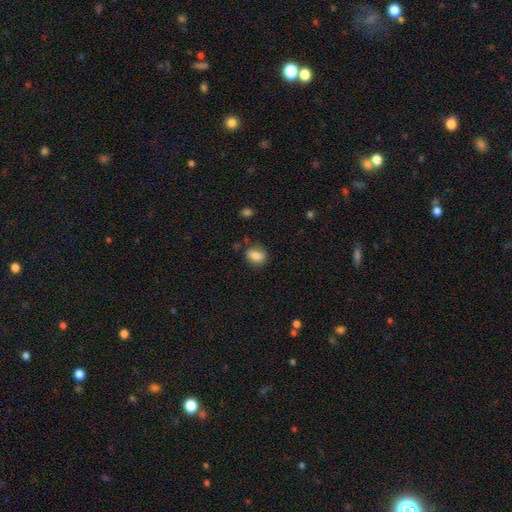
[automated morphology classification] Smooth or featured?
  - smooth: 83% *
  - star or artifact: 9%
  - featured or disk: 8%
How rounded?
  - in between: 69% *
  - round: 29%
  - cigar-shaped: 2%
Merging?
  - none: 72% *
  - minor disturbance: 19%
  - major disturbance: 5%
  - merger: 3%